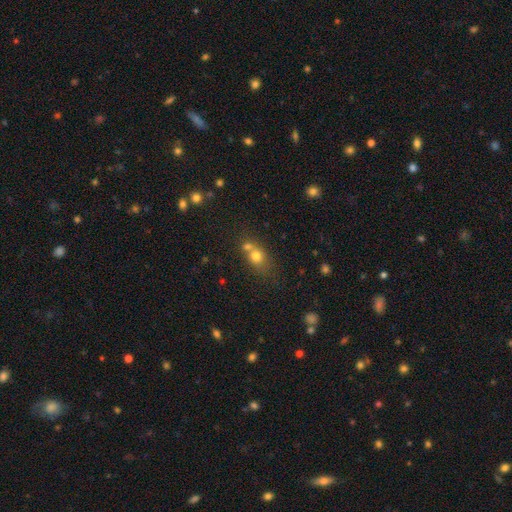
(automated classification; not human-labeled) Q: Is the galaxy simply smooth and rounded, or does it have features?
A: smooth — 70%.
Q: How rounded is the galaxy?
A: round — 62%.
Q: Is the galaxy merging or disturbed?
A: merger — 47%.